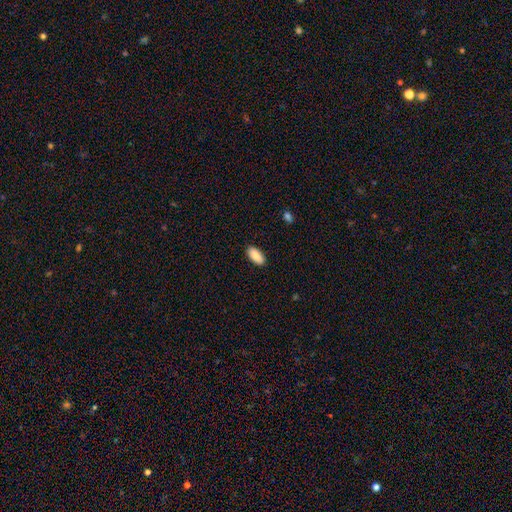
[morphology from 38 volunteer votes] Overall: smooth (87%). How rounded: in between (100%). Merging: none (94%).